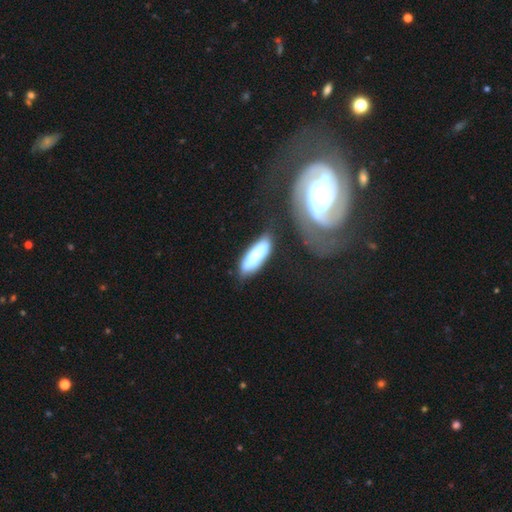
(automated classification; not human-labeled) Smooth or featured? Predicted: smooth (p=0.66). How rounded? Predicted: cigar-shaped (p=0.53). Merging? Predicted: none (p=0.58).